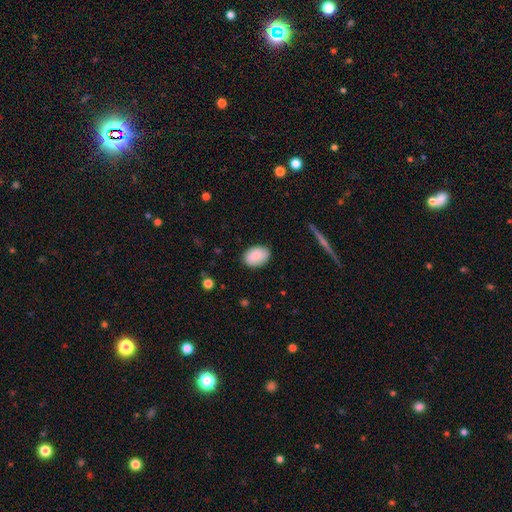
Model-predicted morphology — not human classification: This appears to be a smooth galaxy with no disk features (89%) that is in between round and cigar-shaped (86%). Merging: none (84%).